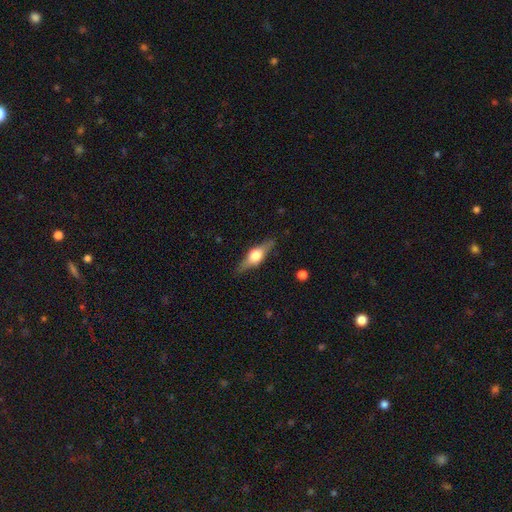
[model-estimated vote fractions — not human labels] Overall: featured or disk (62%; smooth 32%). Edge-on disk: yes (94%). Edge-on bulge: rounded (92%). Merging: none (83%).